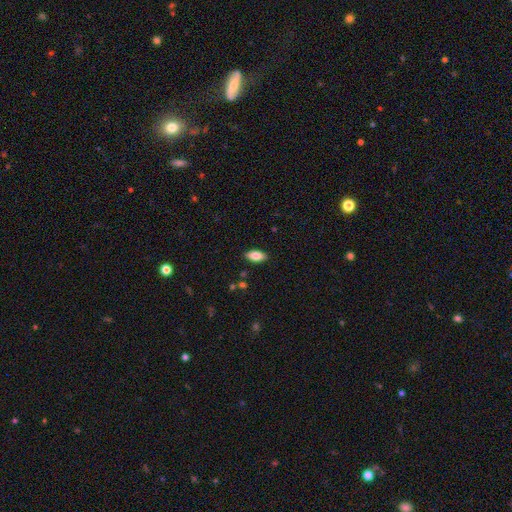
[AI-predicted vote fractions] smooth 83%, featured or disk 10%, star or artifact 7%. Down the decision tree: how rounded — in between (88%); merging — none (87%).